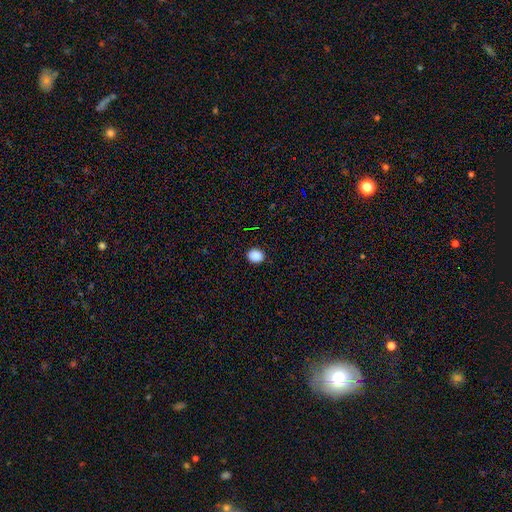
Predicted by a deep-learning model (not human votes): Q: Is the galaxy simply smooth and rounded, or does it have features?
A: smooth — 88%.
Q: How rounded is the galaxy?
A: round — 58%.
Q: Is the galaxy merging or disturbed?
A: none — 89%.